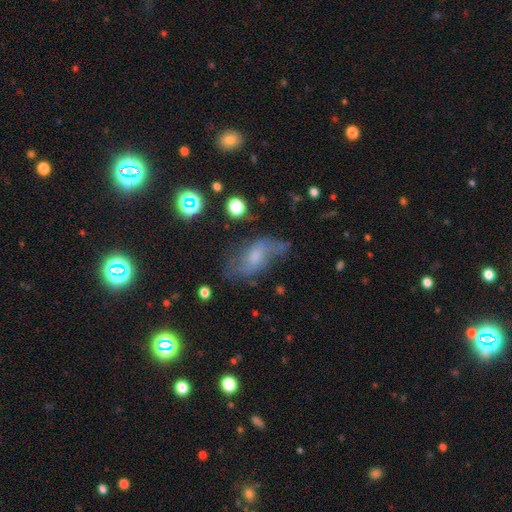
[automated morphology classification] featured or disk 44%, smooth 43%, star or artifact 13%. Down the decision tree: merging — none (52%).